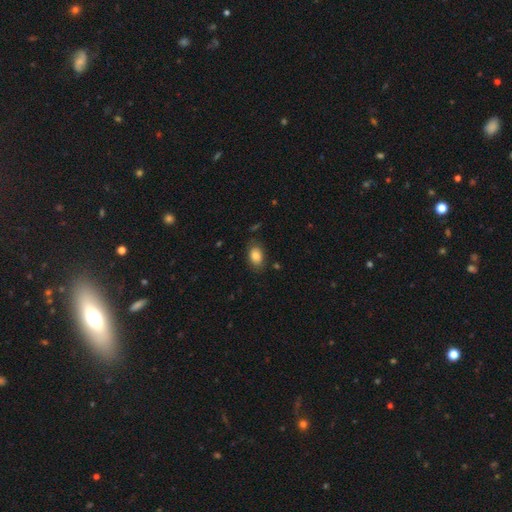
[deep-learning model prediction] smooth_or_featured: smooth (p=0.84) [alt: featured or disk p=0.08]
how_rounded: in between (p=0.84) [alt: round p=0.15]
merging: none (p=0.81) [alt: minor disturbance p=0.14]